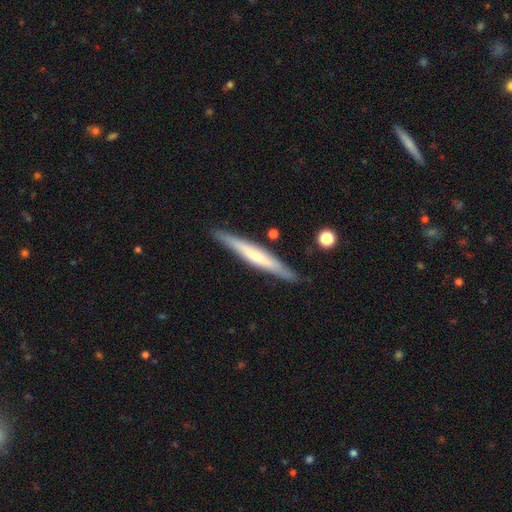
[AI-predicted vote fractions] Smooth or featured: featured or disk — 48% (smooth — 46%)
Merging: none — 87% (minor disturbance — 10%)